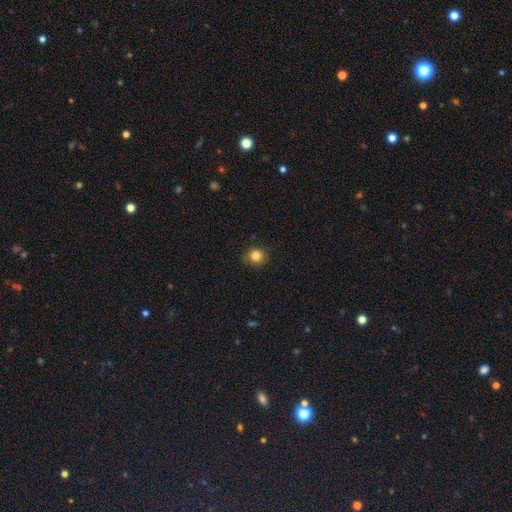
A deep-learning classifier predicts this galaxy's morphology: This is clearly a smooth galaxy (85%). How rounded: clearly round (91%). Merging: clearly none (84%).